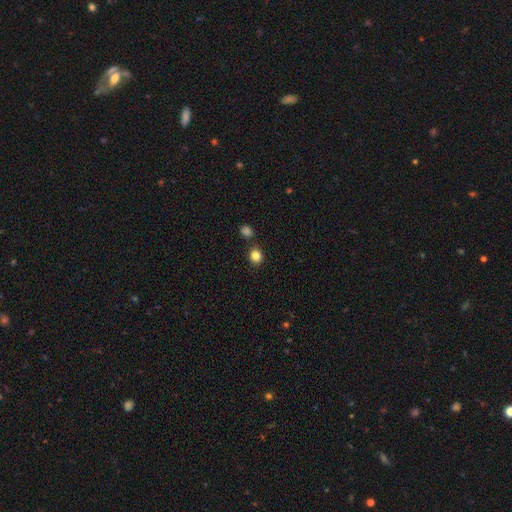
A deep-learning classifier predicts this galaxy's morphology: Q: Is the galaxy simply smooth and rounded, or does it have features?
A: smooth — 84%.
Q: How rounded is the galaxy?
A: round — 73%.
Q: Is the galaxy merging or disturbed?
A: none — 80%.